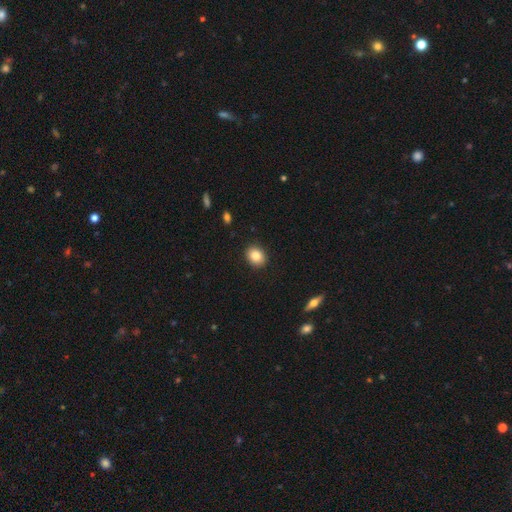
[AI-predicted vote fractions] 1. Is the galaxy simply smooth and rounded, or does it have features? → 85% smooth, 9% star or artifact, 6% featured or disk.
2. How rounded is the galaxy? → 54% round, 45% in between, 1% cigar-shaped.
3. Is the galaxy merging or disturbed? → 90% none, 7% minor disturbance, 2% major disturbance, 1% merger.